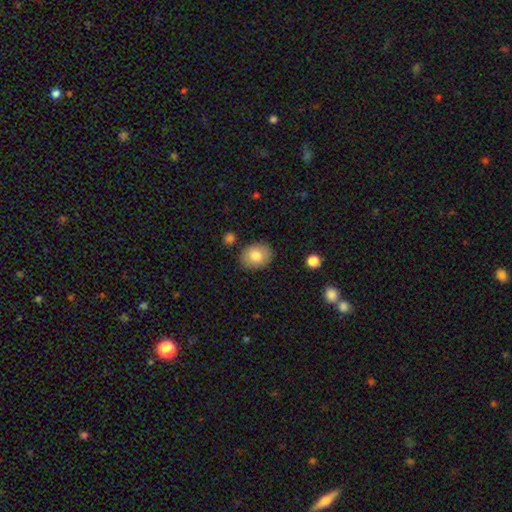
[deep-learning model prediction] smooth-or-featured: smooth: 81% | featured or disk: 12% | star or artifact: 7%
  how-rounded: in between: 58% | round: 41% | cigar-shaped: 1%
  merging: none: 84% | minor disturbance: 11% | major disturbance: 3% | merger: 2%